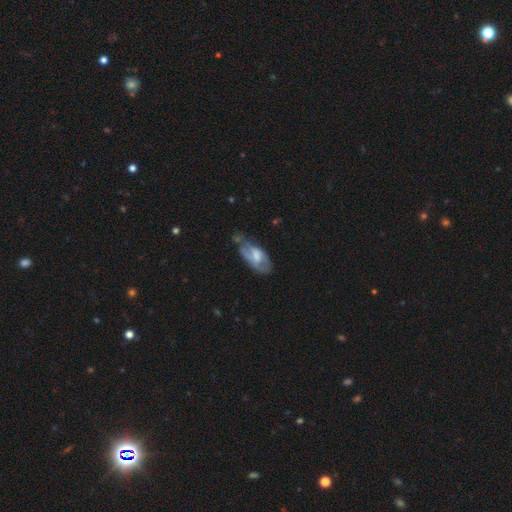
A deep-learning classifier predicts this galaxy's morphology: Smooth or featured? featured or disk (54%)
Edge-on disk? no (88%)
Merging? none (41%)